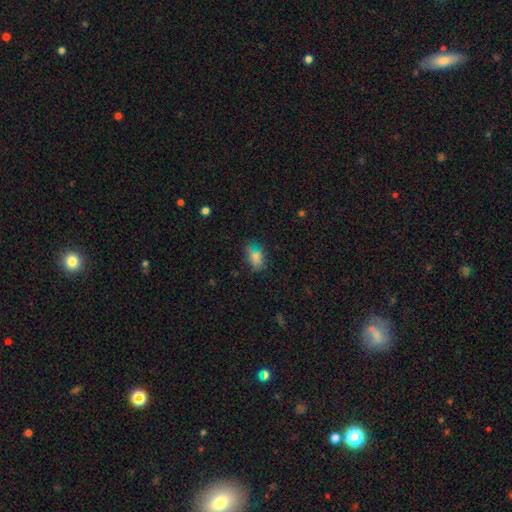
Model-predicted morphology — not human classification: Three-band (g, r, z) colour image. It shows a smooth galaxy with no disk features (68%) that is in between round and cigar-shaped (82%). Merging: none (72%).